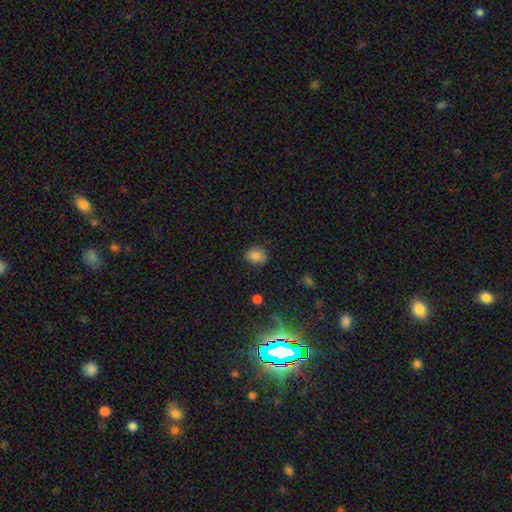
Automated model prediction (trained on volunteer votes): Q: Smooth or featured?
A: smooth (82%); runner-up: star or artifact (12%)
Q: How rounded?
A: round (56%); runner-up: in between (43%)
Q: Merging?
A: none (84%); runner-up: minor disturbance (12%)